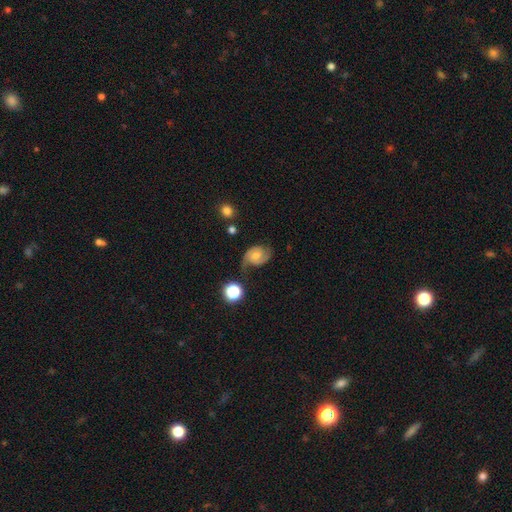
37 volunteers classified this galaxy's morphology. Smooth or featured?
  - featured or disk: 89% *
  - smooth: 5%
  - star or artifact: 5%
Edge-on disk?
  - no: 100% *
  - yes: 0%
Bar?
  - weak: 55% *
  - no: 36%
  - strong: 9%
Spiral arms?
  - yes: 100% *
  - no: 0%
Spiral winding?
  - medium: 45% *
  - tight: 36%
  - loose: 18%
Spiral arm count?
  - 2: 91% *
  - 1: 6%
  - can't tell: 3%
  - 3: 0%
  - 4: 0%
  - more than 4: 0%
Bulge size?
  - moderate: 55% *
  - small: 39%
  - none: 6%
  - dominant: 0%
  - large: 0%
Merging?
  - none: 71% *
  - minor disturbance: 17%
  - major disturbance: 9%
  - merger: 3%